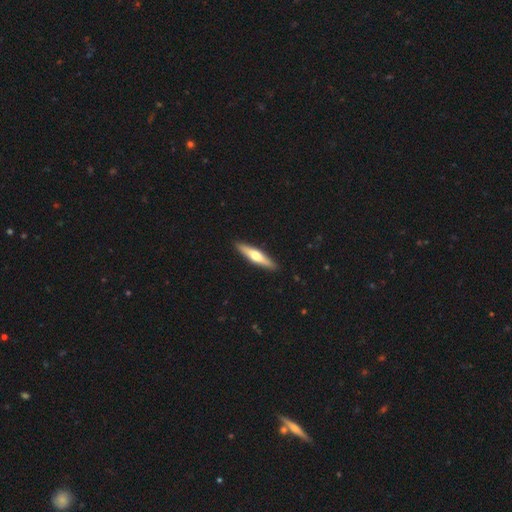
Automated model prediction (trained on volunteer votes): A featured or disk galaxy (52%) viewed edge-on (95%).

Vote fractions:
- Smooth or featured? featured or disk: 52% / smooth: 43% / star or artifact: 5%
- Edge-on disk? yes: 95% / no: 5%
- Merging? none: 91% / minor disturbance: 6% / major disturbance: 1% / merger: 1%